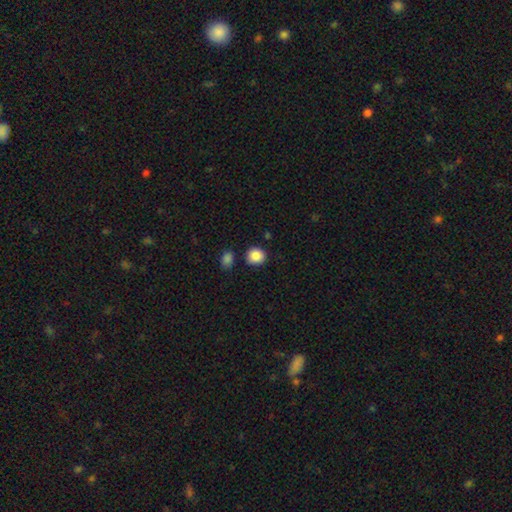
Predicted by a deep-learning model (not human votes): Smooth or featured: smooth — 88% (star or artifact — 9%)
How rounded: round — 86% (in between — 13%)
Merging: none — 85% (minor disturbance — 9%)